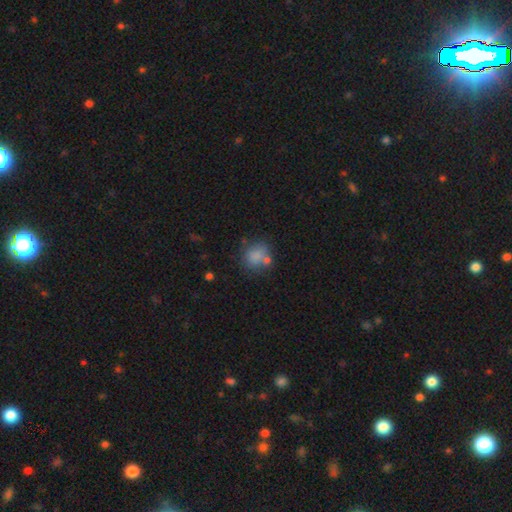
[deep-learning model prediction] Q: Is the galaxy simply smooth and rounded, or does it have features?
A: smooth — 78%.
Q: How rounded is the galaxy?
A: round — 71%.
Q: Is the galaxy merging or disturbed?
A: none — 57%.